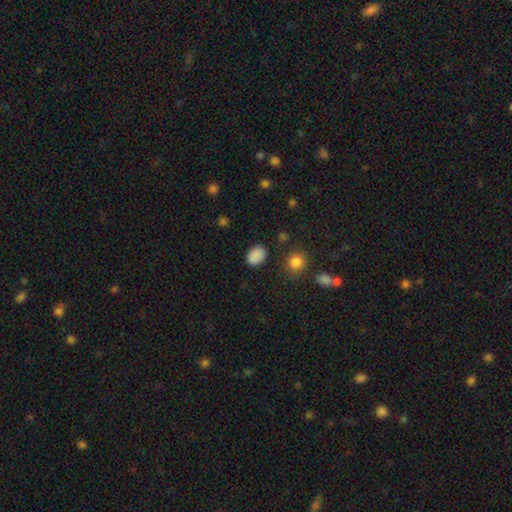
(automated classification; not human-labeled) Q: Smooth or featured?
A: smooth (86%); runner-up: star or artifact (10%)
Q: How rounded?
A: in between (72%); runner-up: round (27%)
Q: Merging?
A: none (84%); runner-up: minor disturbance (11%)